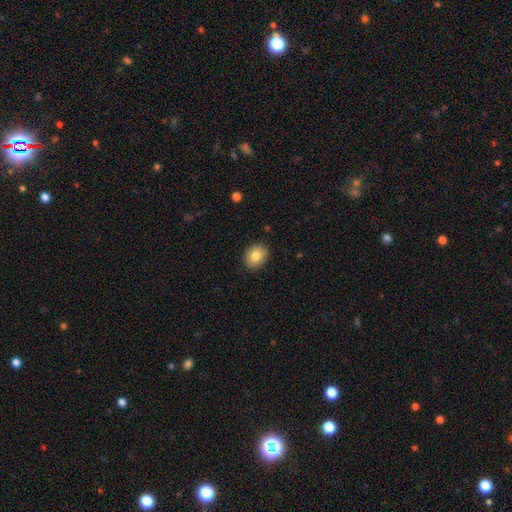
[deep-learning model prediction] This appears to be a smooth galaxy with no disk features (82%) that is round (53%). Merging: none (89%).